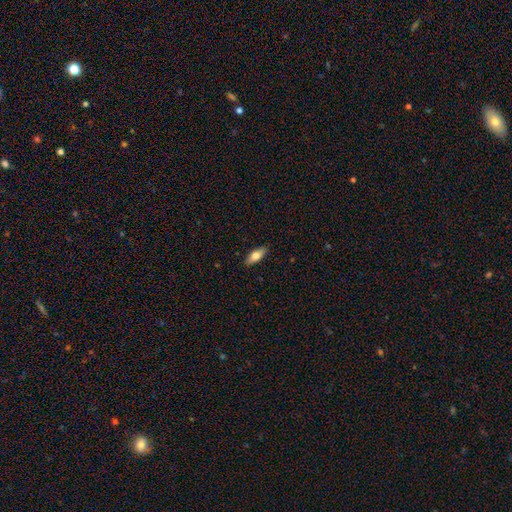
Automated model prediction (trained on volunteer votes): smooth 75%, featured or disk 18%, star or artifact 6%. Down the decision tree: how rounded — in between (77%); merging — none (88%).